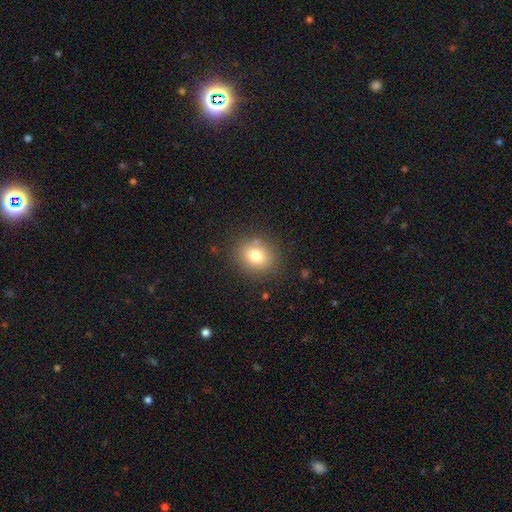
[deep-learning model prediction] Smooth or featured? Predicted: smooth (p=0.76). How rounded? Predicted: round (p=0.71). Merging? Predicted: none (p=0.82).